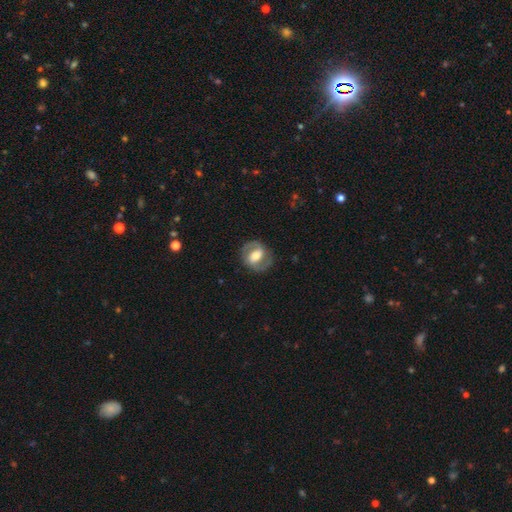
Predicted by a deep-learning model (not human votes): This is likely a featured or disk galaxy (73%). It is clearly not viewed edge-on (97%). Bar: marginally weak (43%). Spiral arm pattern: clearly yes (85%). Spiral arm count: clearly 2 (88%). Spiral winding: possibly medium (51%). Central bulge: likely moderate (61%). Merging: clearly none (81%).